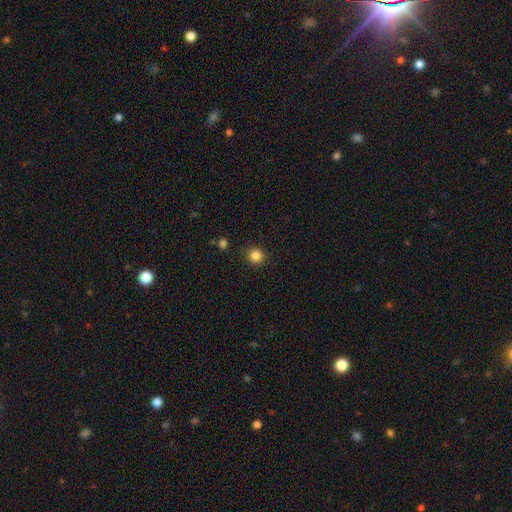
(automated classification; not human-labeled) Q: Smooth or featured?
A: smooth (85%); runner-up: star or artifact (11%)
Q: How rounded?
A: round (93%); runner-up: in between (6%)
Q: Merging?
A: none (90%); runner-up: minor disturbance (6%)